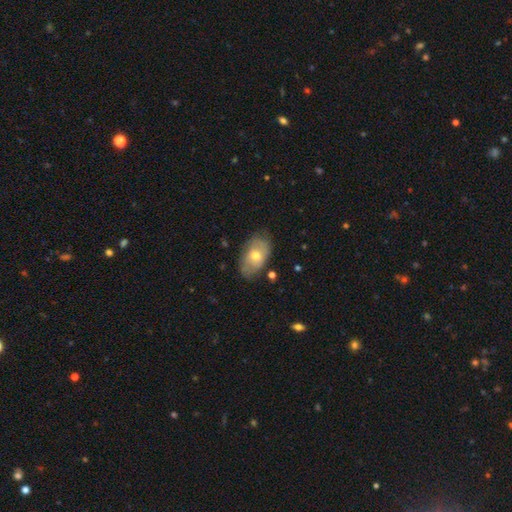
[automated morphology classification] Smooth or featured? Predicted: smooth (p=0.56). How rounded? Predicted: in between (p=0.90). Merging? Predicted: none (p=0.69).